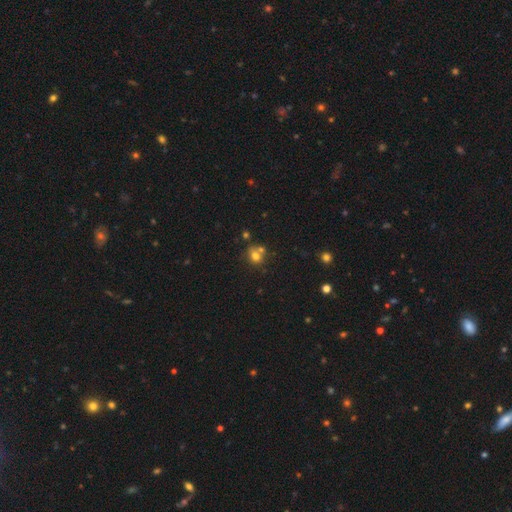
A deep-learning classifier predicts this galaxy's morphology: A smooth galaxy with no disk features (71%) that is round (64%).

Vote fractions:
- Smooth or featured? smooth: 71% / star or artifact: 16% / featured or disk: 13%
- How rounded? round: 64% / in between: 35% / cigar-shaped: 1%
- Merging? none: 48% / merger: 37% / minor disturbance: 11% / major disturbance: 4%